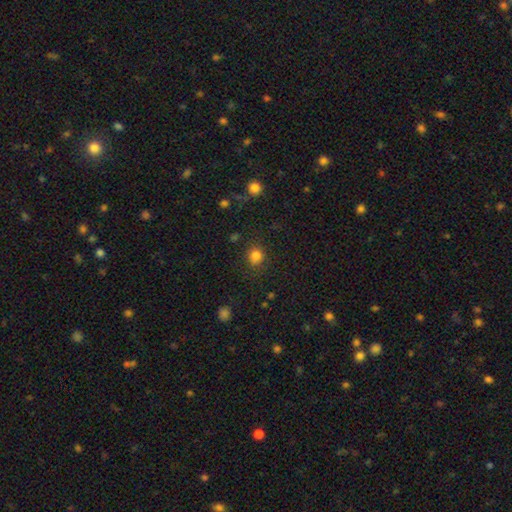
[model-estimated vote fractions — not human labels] A smooth galaxy with no disk features (81%) that is round (79%).

Vote fractions:
- Smooth or featured? smooth: 81% / star or artifact: 14% / featured or disk: 5%
- How rounded? round: 79% / in between: 20% / cigar-shaped: 1%
- Merging? none: 82% / minor disturbance: 11% / major disturbance: 4% / merger: 2%